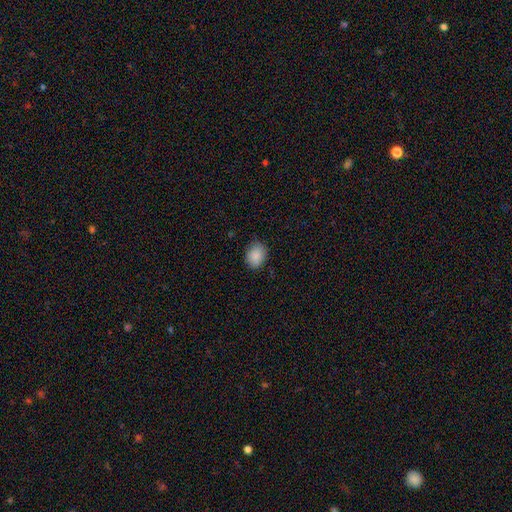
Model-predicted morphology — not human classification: smooth 88%, star or artifact 8%, featured or disk 4%. Down the decision tree: how rounded — round (50%, tied with in between); merging — none (80%).